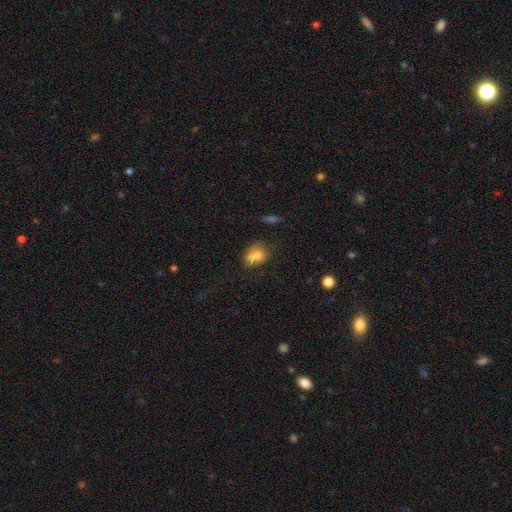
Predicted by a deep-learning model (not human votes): Q: Smooth or featured?
A: smooth (72%); runner-up: featured or disk (15%)
Q: How rounded?
A: in between (61%); runner-up: round (36%)
Q: Merging?
A: none (48%); runner-up: minor disturbance (24%)